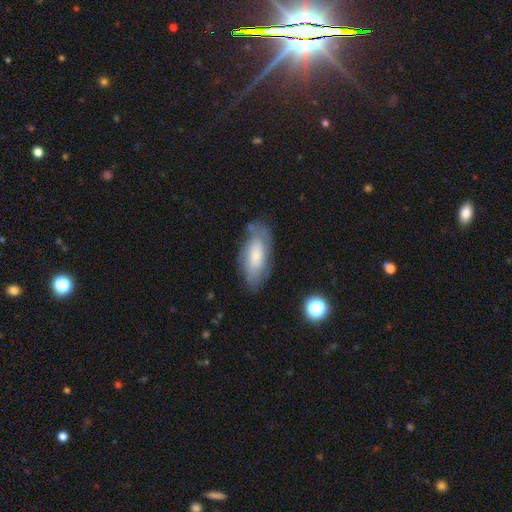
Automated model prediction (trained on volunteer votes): Overall: smooth (56%; featured or disk 37%). How rounded: in between (83%). Merging: none (66%).